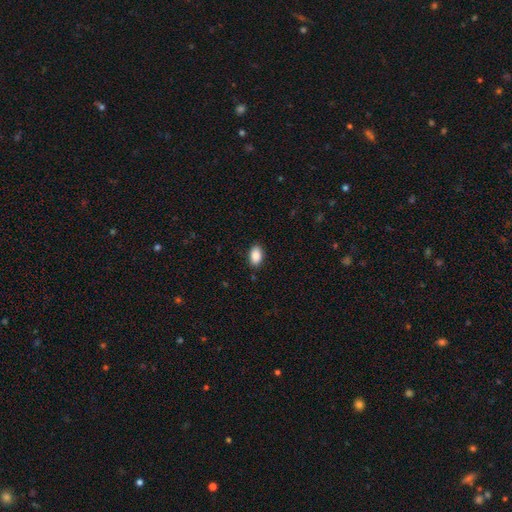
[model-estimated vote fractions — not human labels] Smooth or featured: smooth — 88% (star or artifact — 7%)
How rounded: in between — 91% (round — 7%)
Merging: none — 88% (minor disturbance — 9%)